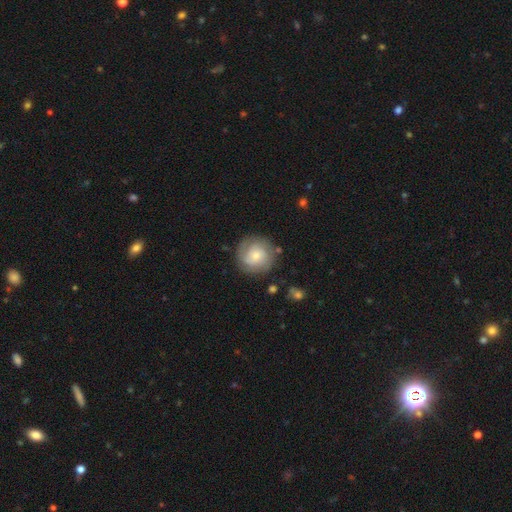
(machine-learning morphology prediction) A featured or disk galaxy (54%) with no bar (74%), spiral arms (87%) and a small central bulge (55%).

Vote fractions:
- Smooth or featured? featured or disk: 54% / smooth: 39% / star or artifact: 7%
- Edge-on disk? no: 98% / yes: 2%
- Bar? no: 74% / weak: 23% / strong: 3%
- Spiral arms? yes: 87% / no: 13%
- Bulge size? small: 55% / moderate: 37% / large: 4% / none: 3% / dominant: 1%
- Merging? none: 80% / minor disturbance: 13% / major disturbance: 5% / merger: 2%